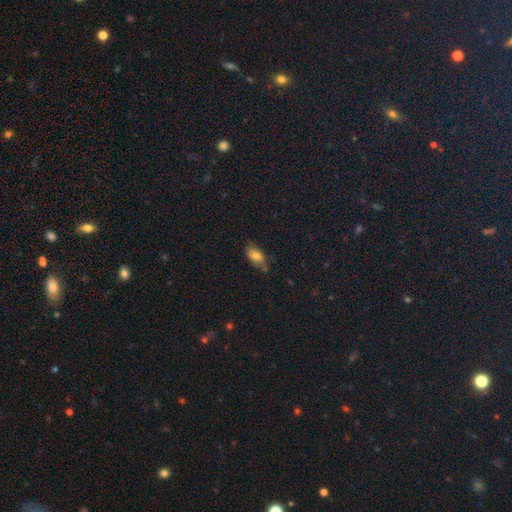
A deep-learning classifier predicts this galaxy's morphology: Smooth or featured? smooth (76%)
How rounded? in between (87%)
Merging? none (59%)